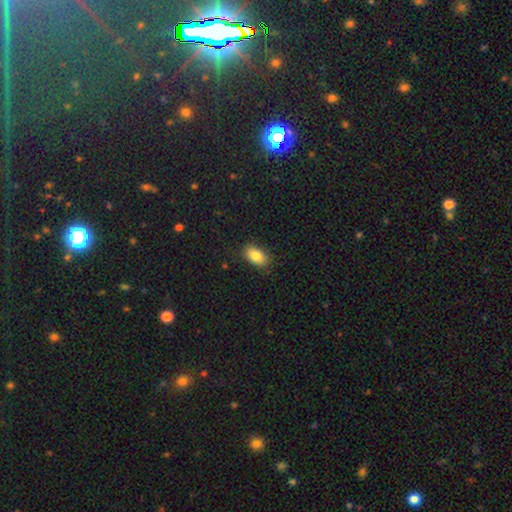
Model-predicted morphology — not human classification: A smooth galaxy with no disk features (85%) that is in between round and cigar-shaped (91%). Merging: none (84%).